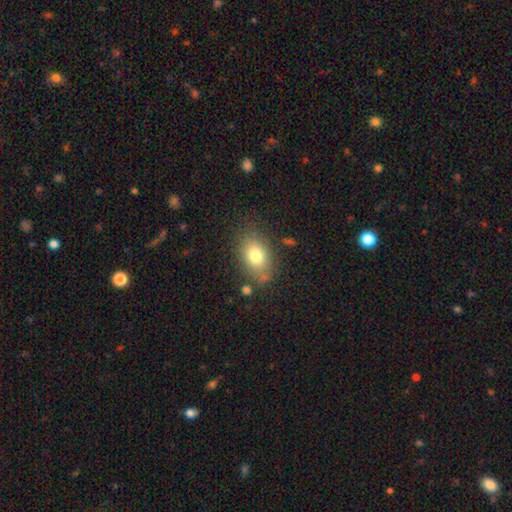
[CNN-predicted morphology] A smooth galaxy with no disk features (74%) that is in between round and cigar-shaped (74%).

Vote fractions:
- Smooth or featured? smooth: 74% / star or artifact: 15% / featured or disk: 11%
- How rounded? in between: 74% / round: 24% / cigar-shaped: 2%
- Merging? none: 83% / minor disturbance: 11% / merger: 3% / major disturbance: 3%